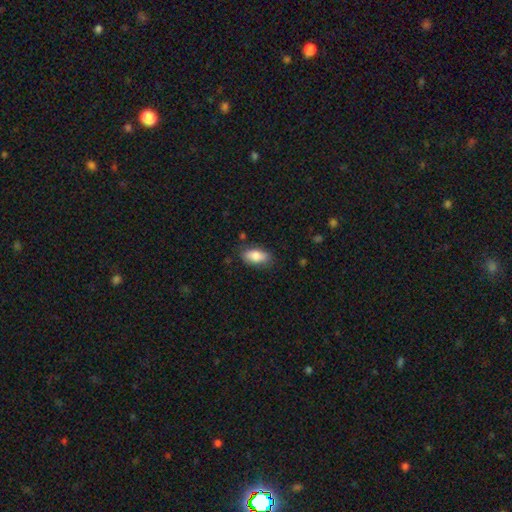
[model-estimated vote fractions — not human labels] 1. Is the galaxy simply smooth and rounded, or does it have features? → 83% smooth, 10% featured or disk, 7% star or artifact.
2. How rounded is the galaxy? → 88% in between, 8% cigar-shaped, 3% round.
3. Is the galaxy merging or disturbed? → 81% none, 15% minor disturbance, 3% major disturbance, 2% merger.